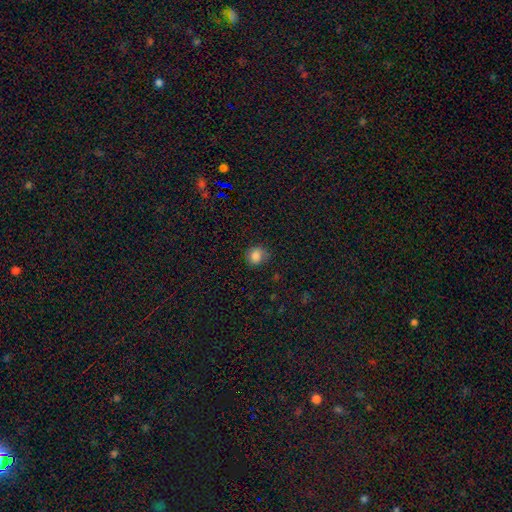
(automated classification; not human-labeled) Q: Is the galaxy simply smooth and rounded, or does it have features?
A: smooth — 83%.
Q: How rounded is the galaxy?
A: round — 76%.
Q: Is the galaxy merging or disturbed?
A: none — 75%.